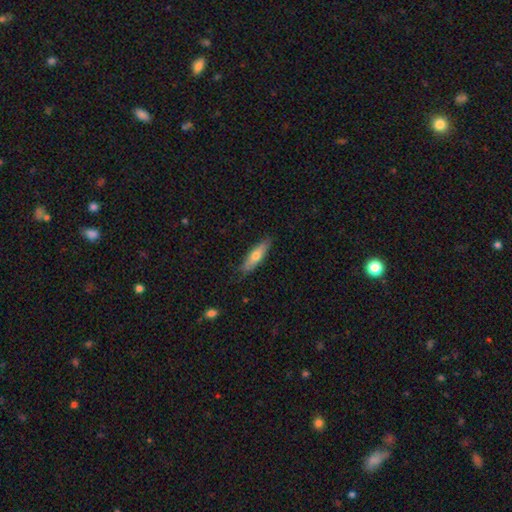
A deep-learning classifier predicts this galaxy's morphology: smooth_or_featured: smooth (p=0.63) [alt: featured or disk p=0.31]
how_rounded: cigar-shaped (p=0.65) [alt: in between p=0.33]
merging: none (p=0.83) [alt: minor disturbance p=0.14]